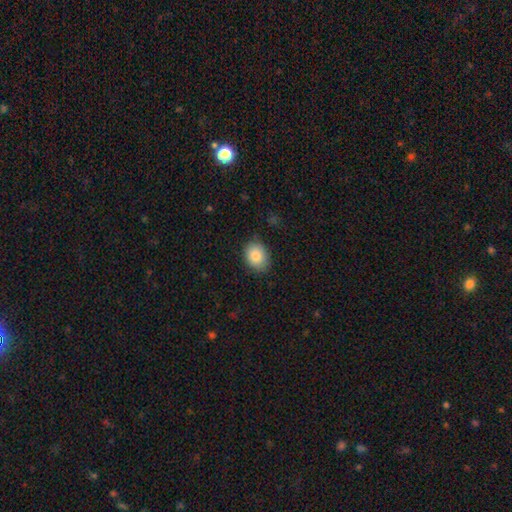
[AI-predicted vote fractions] A smooth galaxy with no disk features (85%) that is in between round and cigar-shaped (58%).

Vote fractions:
- Smooth or featured? smooth: 85% / star or artifact: 8% / featured or disk: 8%
- How rounded? in between: 58% / round: 41% / cigar-shaped: 1%
- Merging? none: 81% / minor disturbance: 15% / major disturbance: 3% / merger: 1%